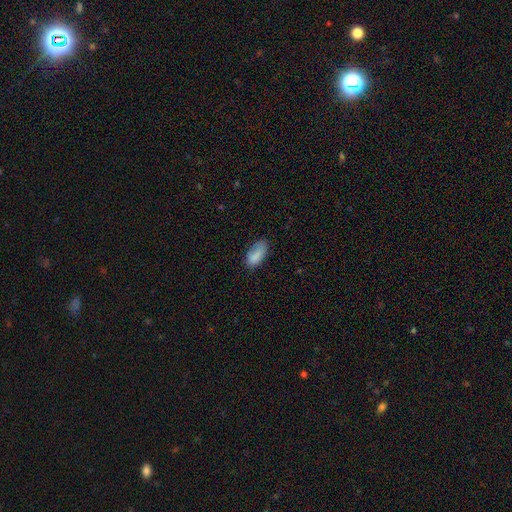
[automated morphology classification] Smooth or featured? smooth (84%)
How rounded? in between (91%)
Merging? none (64%)